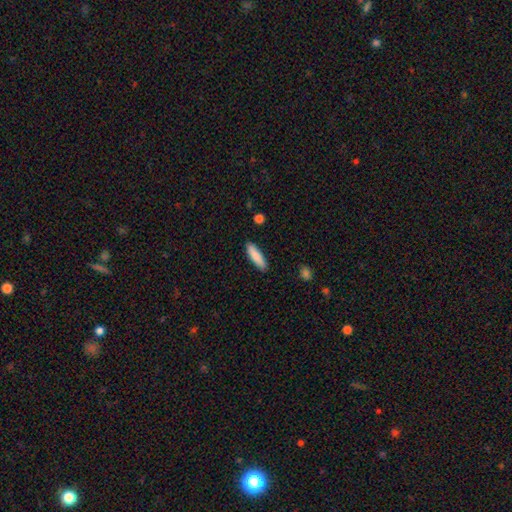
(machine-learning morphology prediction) This appears to be a smooth galaxy with no disk features (87%) that is cigar-shaped (67%). Merging: none (89%).